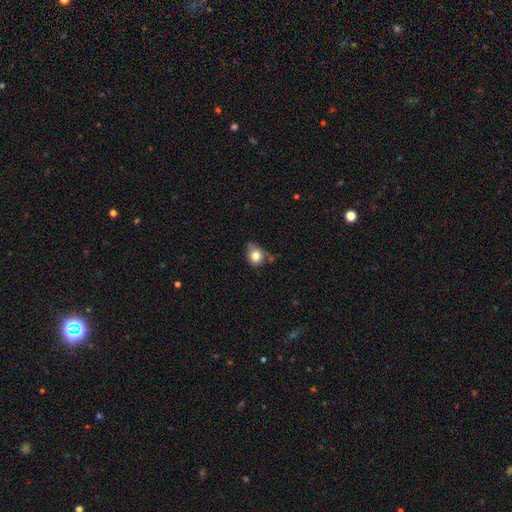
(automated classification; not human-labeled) The model was most divided on "merging": none: 47%, minor disturbance: 34%, major disturbance: 10%, merger: 9%. More confident: smooth or featured — smooth (78%); how rounded — round (62%).